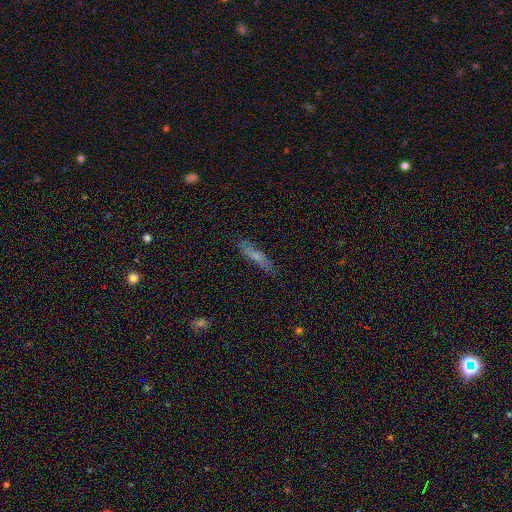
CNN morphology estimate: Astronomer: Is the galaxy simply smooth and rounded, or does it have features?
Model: smooth — 68%.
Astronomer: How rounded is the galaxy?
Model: cigar-shaped — 82%.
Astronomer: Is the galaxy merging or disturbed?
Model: none — 81%.